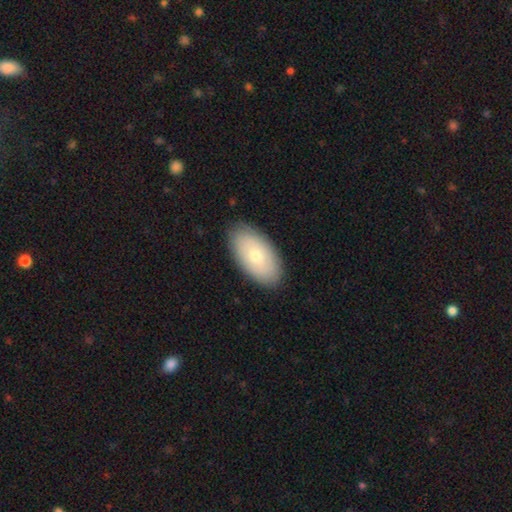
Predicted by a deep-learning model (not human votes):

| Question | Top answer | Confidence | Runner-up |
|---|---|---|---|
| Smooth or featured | smooth | 69% | featured or disk (24%) |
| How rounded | in between | 94% | round (4%) |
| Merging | none | 87% | minor disturbance (10%) |